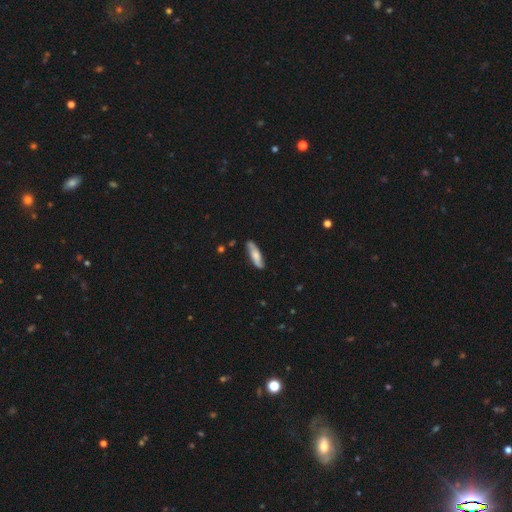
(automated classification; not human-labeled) Smooth or featured? smooth (56%)
How rounded? cigar-shaped (57%)
Merging? none (81%)